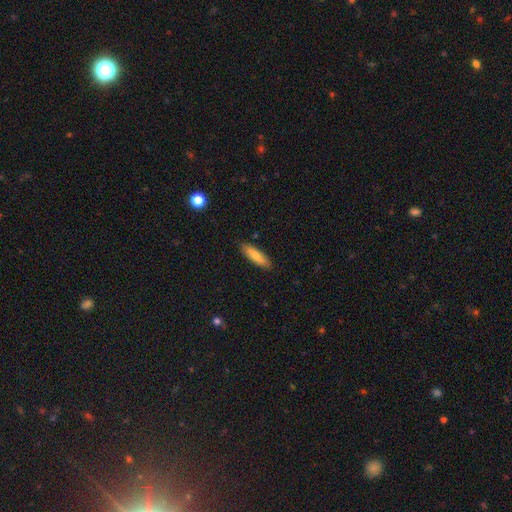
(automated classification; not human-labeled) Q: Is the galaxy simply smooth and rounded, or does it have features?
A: smooth — 73%.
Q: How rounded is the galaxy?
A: cigar-shaped — 59%.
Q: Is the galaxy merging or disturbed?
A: none — 88%.